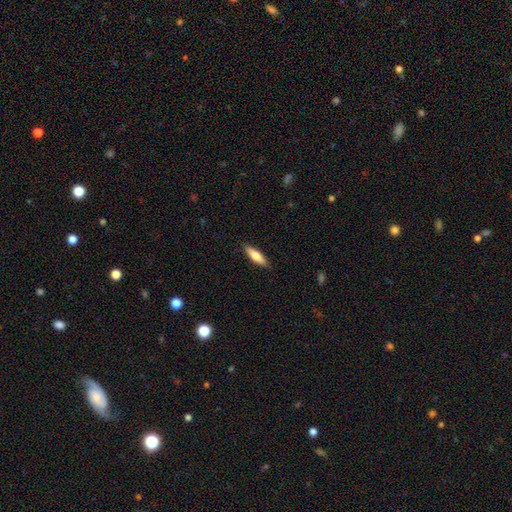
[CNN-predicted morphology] Smooth or featured: smooth — 66% (featured or disk — 29%)
How rounded: cigar-shaped — 61% (in between — 37%)
Merging: none — 89% (minor disturbance — 8%)